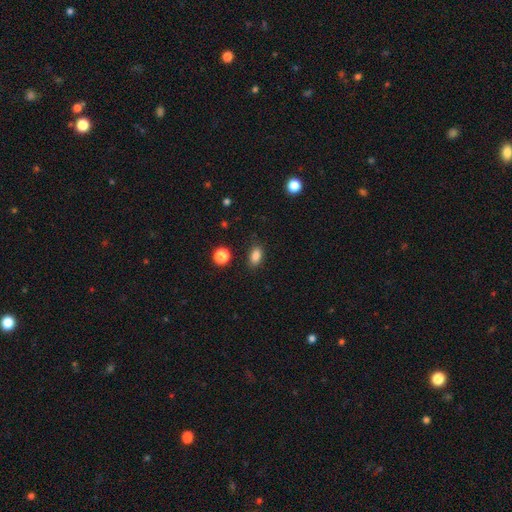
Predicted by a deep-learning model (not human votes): The model was most divided on "how rounded": in between: 85%, round: 11%, cigar-shaped: 3%. More confident: smooth or featured — smooth (85%); merging — none (85%).